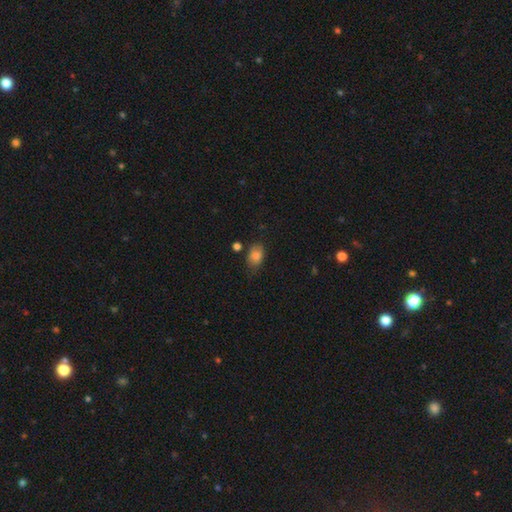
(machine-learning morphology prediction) Q: Smooth or featured?
A: smooth (82%); runner-up: featured or disk (9%)
Q: How rounded?
A: in between (82%); runner-up: round (16%)
Q: Merging?
A: none (66%); runner-up: minor disturbance (25%)